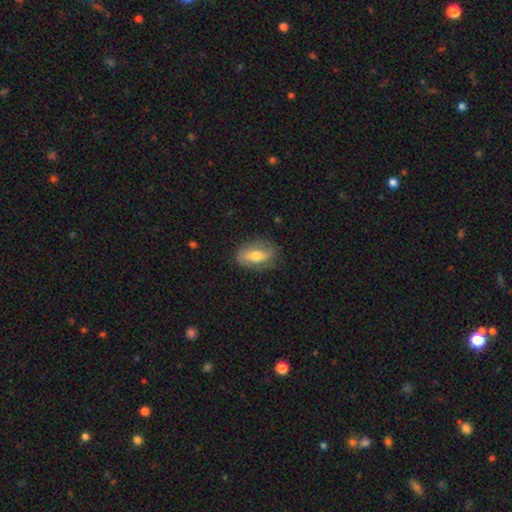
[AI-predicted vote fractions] smooth_or_featured: smooth (p=0.49) [alt: featured or disk p=0.44]
merging: none (p=0.76) [alt: minor disturbance p=0.17]